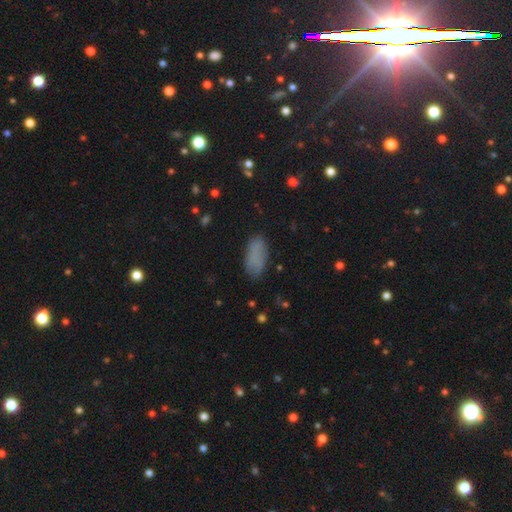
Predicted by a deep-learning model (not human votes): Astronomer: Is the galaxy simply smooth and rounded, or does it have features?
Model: smooth — 80%.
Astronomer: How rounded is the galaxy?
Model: in between — 87%.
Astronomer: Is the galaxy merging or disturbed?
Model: none — 75%.